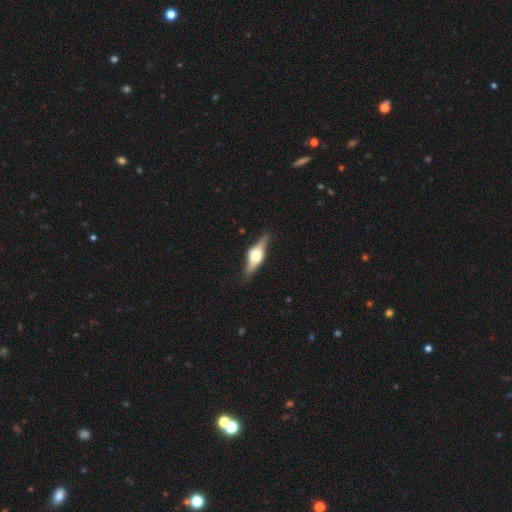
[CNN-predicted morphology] Smooth or featured?
  - featured or disk: 69% *
  - smooth: 24%
  - star or artifact: 6%
Edge-on disk?
  - yes: 95% *
  - no: 5%
Edge-on bulge?
  - rounded: 88% *
  - boxy: 10%
  - none: 2%
Merging?
  - none: 84% *
  - minor disturbance: 12%
  - major disturbance: 3%
  - merger: 1%